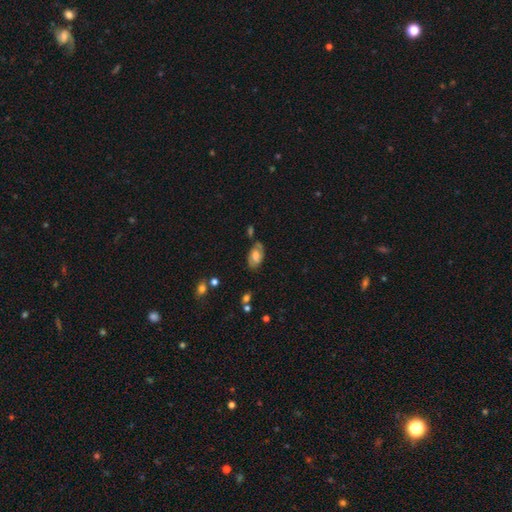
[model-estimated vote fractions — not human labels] Overall: smooth (49%; featured or disk 43%). Merging: none (66%).